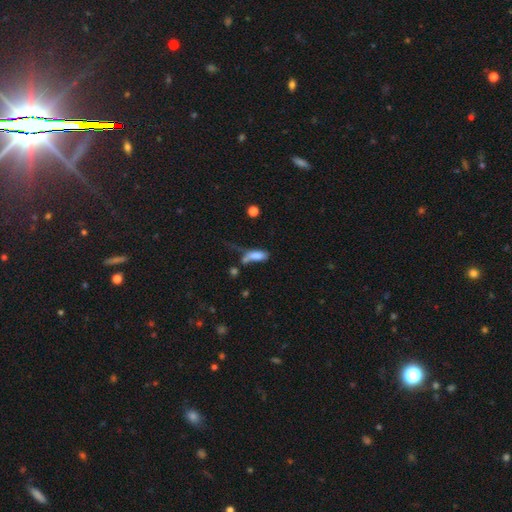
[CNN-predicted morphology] The model was most divided on "merging": major disturbance: 28%, none: 27%, merger: 23%, minor disturbance: 22%. More confident: smooth or featured — smooth (71%); how rounded — in between (69%).